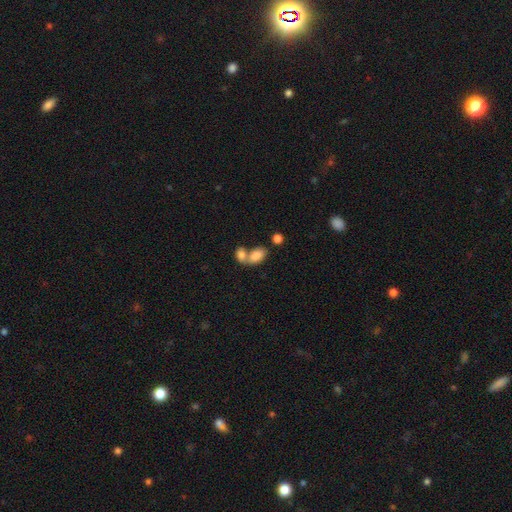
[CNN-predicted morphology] smooth-or-featured: smooth: 83% | featured or disk: 9% | star or artifact: 7%
  how-rounded: in between: 89% | round: 9% | cigar-shaped: 2%
  merging: merger: 59% | none: 28% | minor disturbance: 8% | major disturbance: 4%